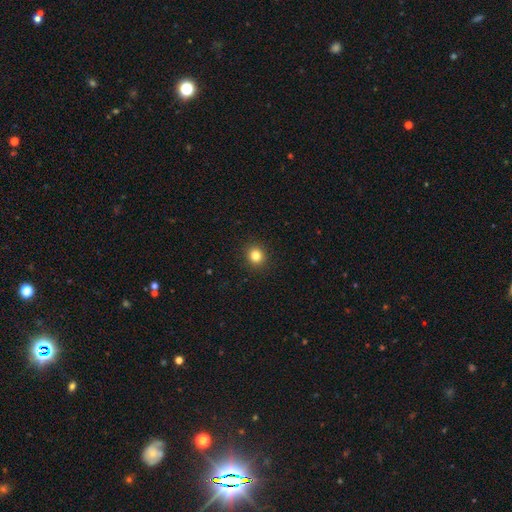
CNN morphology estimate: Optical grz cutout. It shows a smooth galaxy with no disk features (83%) that is round (86%). Merging: none (92%).